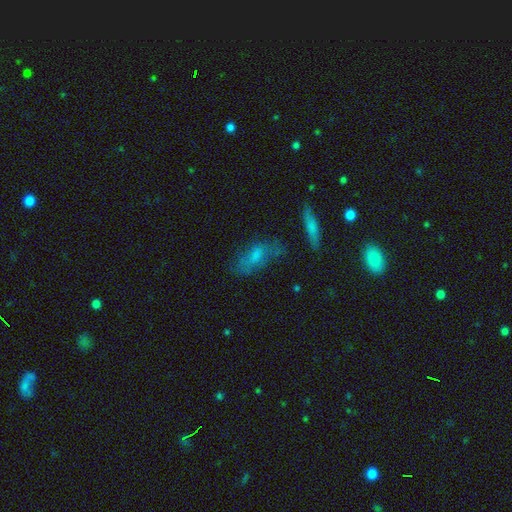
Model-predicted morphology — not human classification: This is possibly a smooth galaxy (53%). How rounded: likely in between (75%). Merging: possibly none (59%).